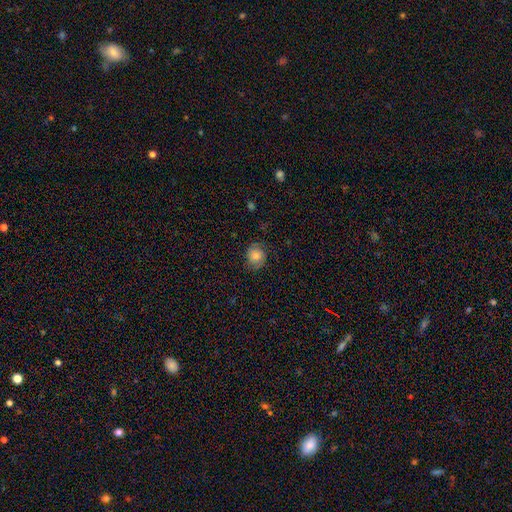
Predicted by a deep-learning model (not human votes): Smooth or featured? smooth (61%)
How rounded? round (78%)
Merging? none (74%)